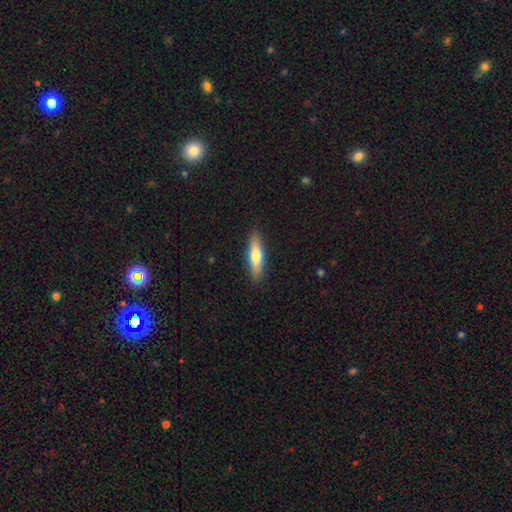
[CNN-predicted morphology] smooth-or-featured: smooth: 64% | featured or disk: 30% | star or artifact: 6%
  how-rounded: cigar-shaped: 71% | in between: 27% | round: 2%
  merging: none: 89% | minor disturbance: 8% | major disturbance: 2% | merger: 1%